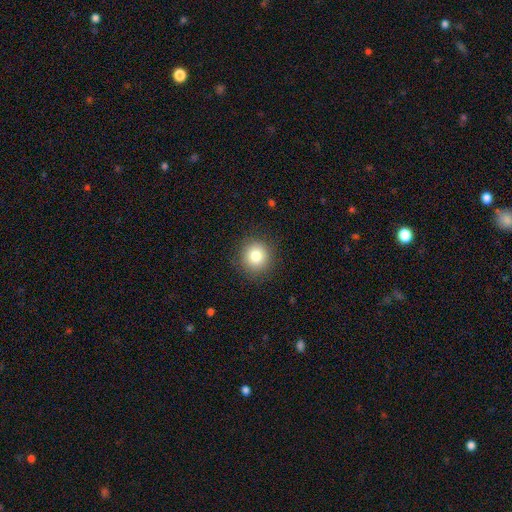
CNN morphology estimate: Q: Smooth or featured?
A: smooth (80%); runner-up: star or artifact (11%)
Q: How rounded?
A: round (92%); runner-up: in between (7%)
Q: Merging?
A: none (90%); runner-up: minor disturbance (7%)